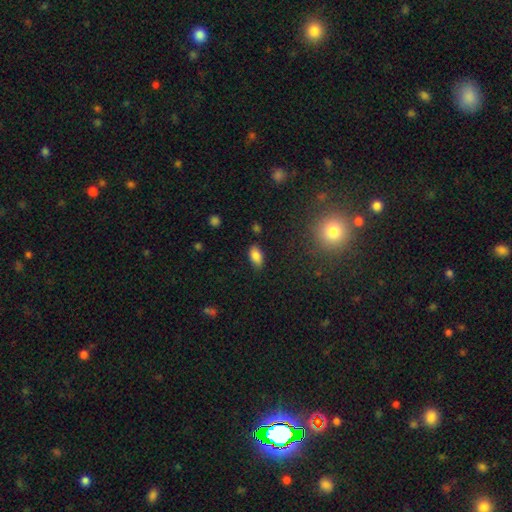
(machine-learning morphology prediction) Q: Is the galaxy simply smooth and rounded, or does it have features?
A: smooth — 84%.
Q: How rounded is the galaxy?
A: in between — 92%.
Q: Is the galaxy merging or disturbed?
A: none — 82%.